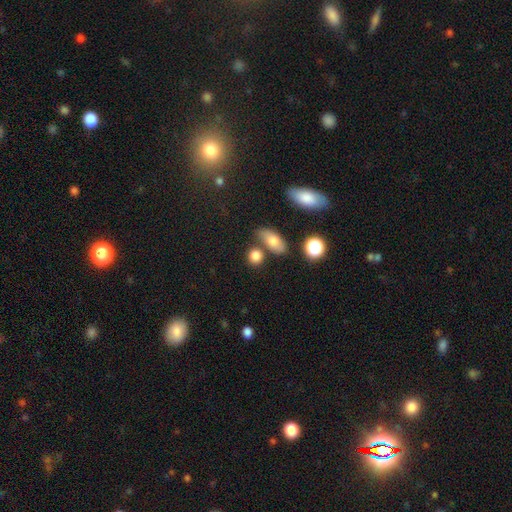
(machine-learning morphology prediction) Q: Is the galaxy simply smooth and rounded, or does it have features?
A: smooth — 82%.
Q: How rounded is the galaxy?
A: round — 61%.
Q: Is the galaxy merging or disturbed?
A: none — 68%.